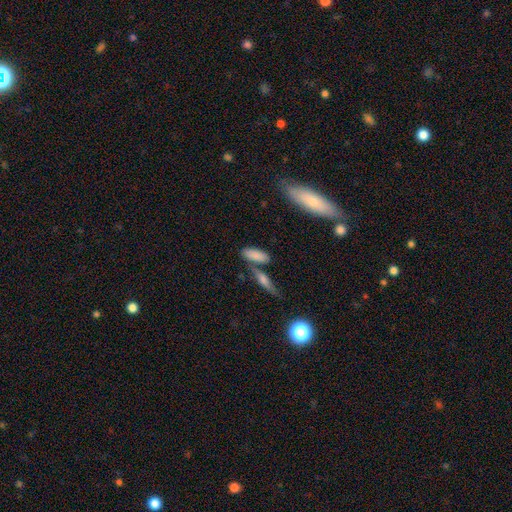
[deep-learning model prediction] Overall: smooth (80%). How rounded: in between (72%). Merging: none (59%; merger 22%).